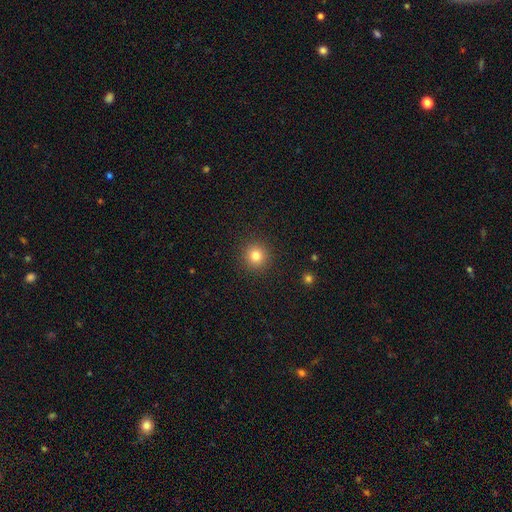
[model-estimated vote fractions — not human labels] Smooth or featured? smooth (81%)
How rounded? round (95%)
Merging? none (91%)